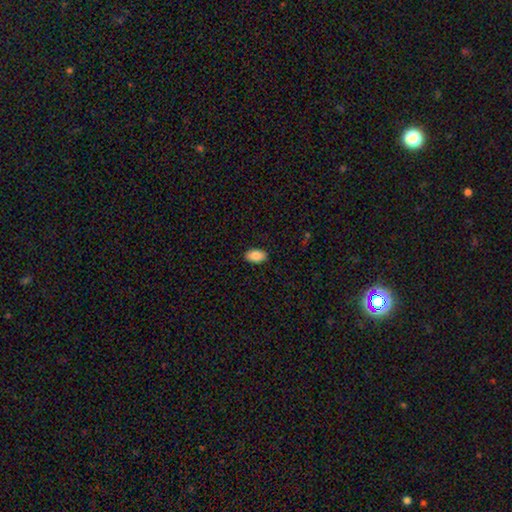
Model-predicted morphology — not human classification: This is clearly a smooth galaxy (88%). How rounded: clearly in between (94%). Merging: clearly none (89%).